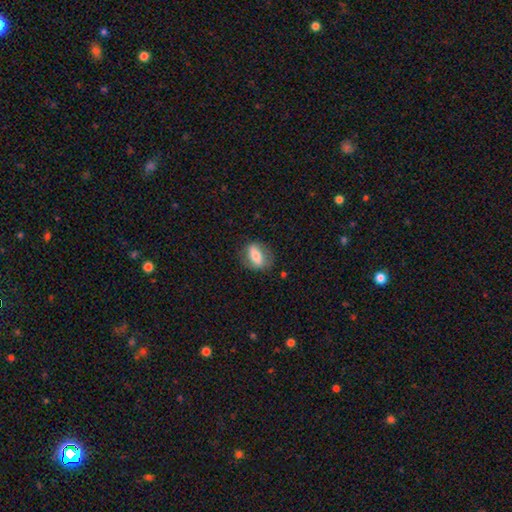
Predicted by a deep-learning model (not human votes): Q: Smooth or featured?
A: smooth (56%); runner-up: featured or disk (38%)
Q: How rounded?
A: in between (76%); runner-up: round (18%)
Q: Merging?
A: none (74%); runner-up: minor disturbance (17%)